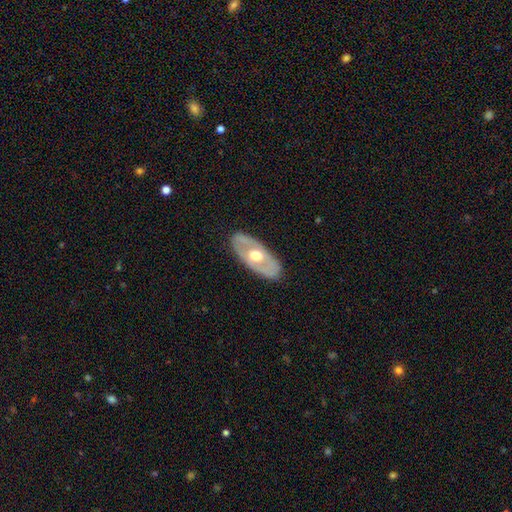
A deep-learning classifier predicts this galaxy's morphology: Smooth or featured?
  - featured or disk: 57% *
  - smooth: 38%
  - star or artifact: 5%
Edge-on disk?
  - no: 78% *
  - yes: 22%
Merging?
  - none: 84% *
  - minor disturbance: 12%
  - major disturbance: 3%
  - merger: 1%